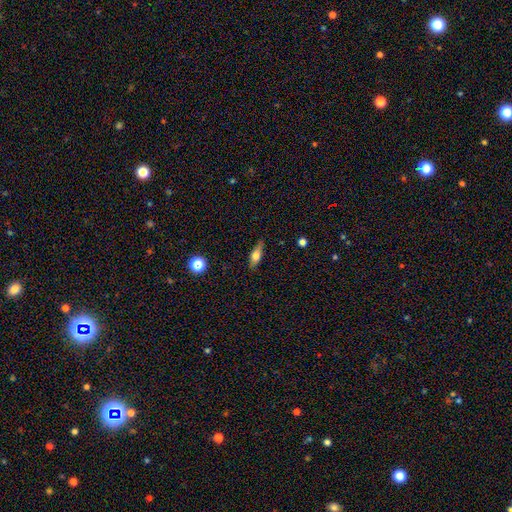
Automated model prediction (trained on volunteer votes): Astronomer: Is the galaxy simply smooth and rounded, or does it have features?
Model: smooth — 62%.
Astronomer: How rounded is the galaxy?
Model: in between — 56% (runner-up: cigar-shaped, 39%).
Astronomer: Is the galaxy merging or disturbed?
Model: none — 80%.